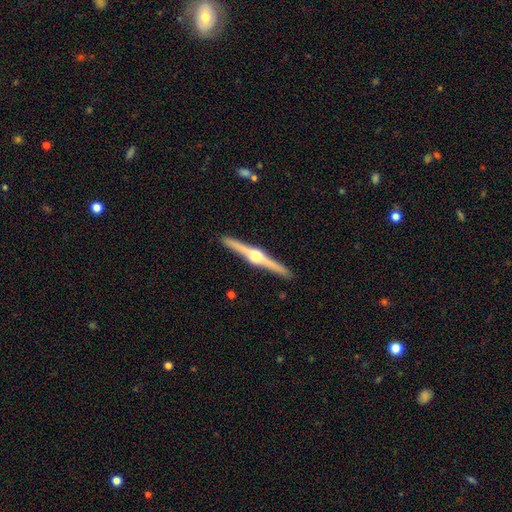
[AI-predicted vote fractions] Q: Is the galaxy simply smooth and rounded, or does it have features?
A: featured or disk — 87%.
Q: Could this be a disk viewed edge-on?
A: yes — 99%.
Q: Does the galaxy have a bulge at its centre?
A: rounded — 95%.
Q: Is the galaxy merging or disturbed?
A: none — 93%.